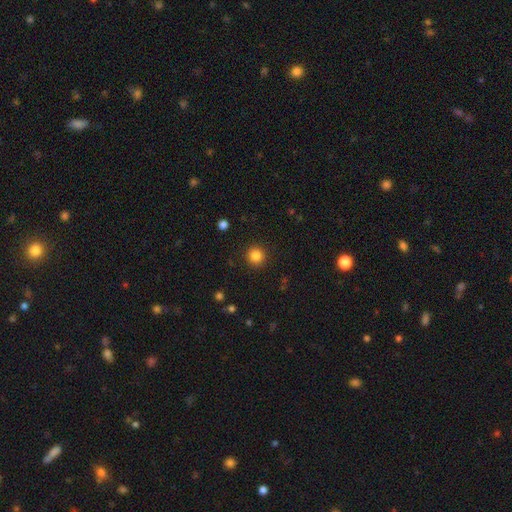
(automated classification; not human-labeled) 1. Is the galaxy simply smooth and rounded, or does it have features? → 84% smooth, 12% star or artifact, 4% featured or disk.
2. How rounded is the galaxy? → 94% round, 5% in between, 1% cigar-shaped.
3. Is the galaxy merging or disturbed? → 91% none, 5% minor disturbance, 2% major disturbance, 1% merger.